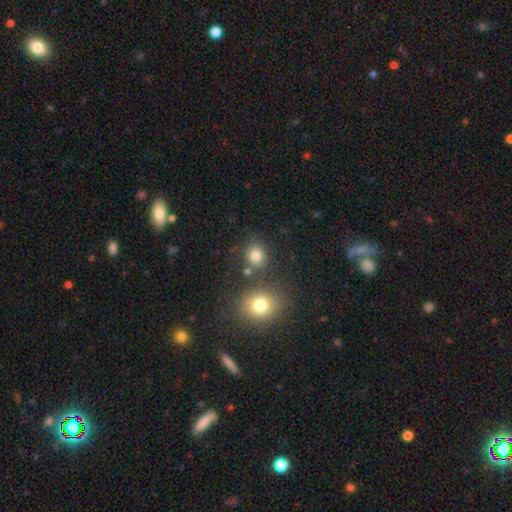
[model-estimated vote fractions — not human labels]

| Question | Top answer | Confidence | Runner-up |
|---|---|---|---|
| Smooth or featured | smooth | 77% | star or artifact (15%) |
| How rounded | round | 69% | in between (30%) |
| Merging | none | 66% | merger (17%) |